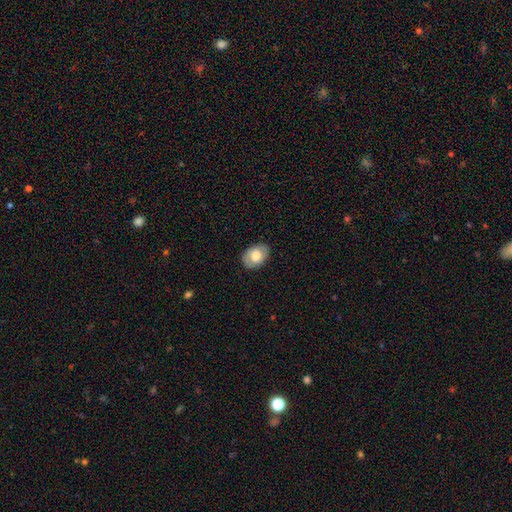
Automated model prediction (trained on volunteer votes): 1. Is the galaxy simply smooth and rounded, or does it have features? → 69% smooth, 24% featured or disk, 7% star or artifact.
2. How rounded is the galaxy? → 79% in between, 19% round, 1% cigar-shaped.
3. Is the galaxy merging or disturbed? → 83% none, 13% minor disturbance, 3% major disturbance, 1% merger.